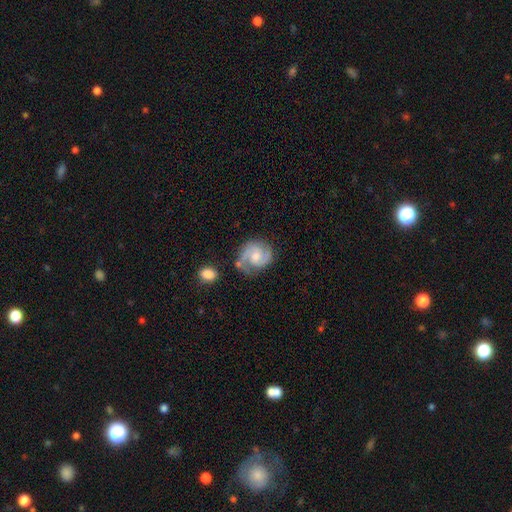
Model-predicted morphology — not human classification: Overall: featured or disk (78%). Edge-on disk: no (98%). Bar: no (49%; weak 44%). Spiral arms: yes (95%). Spiral arm count: 2 (82%). Spiral winding: medium (49%; tight 37%). Bulge size: moderate (52%; small 32%). Merging: none (63%).